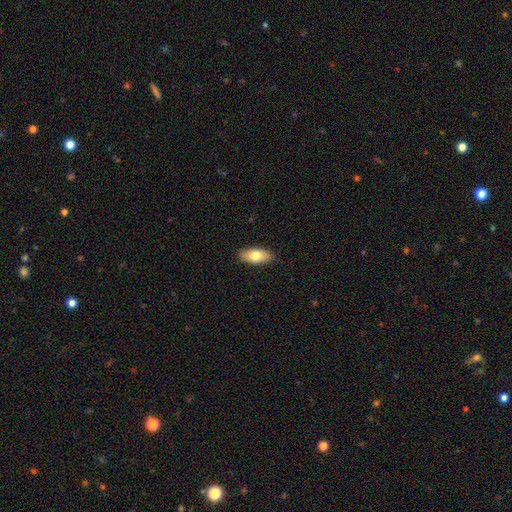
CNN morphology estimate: smooth-or-featured: smooth: 74% | featured or disk: 19% | star or artifact: 6%
  how-rounded: in between: 84% | cigar-shaped: 13% | round: 3%
  merging: none: 89% | minor disturbance: 8% | major disturbance: 2% | merger: 1%